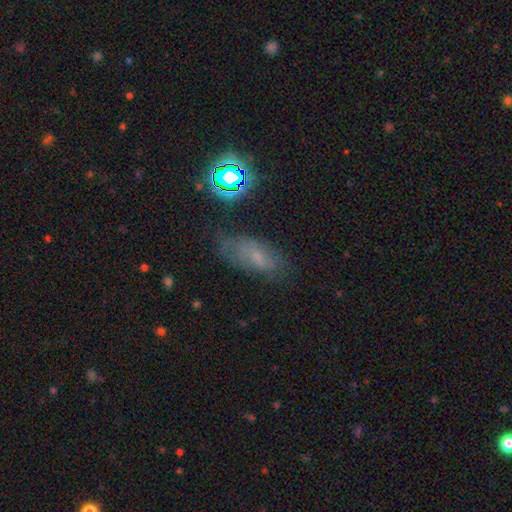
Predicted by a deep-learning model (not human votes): Q: Smooth or featured?
A: smooth (47%); runner-up: featured or disk (31%)
Q: Merging?
A: none (60%); runner-up: minor disturbance (25%)